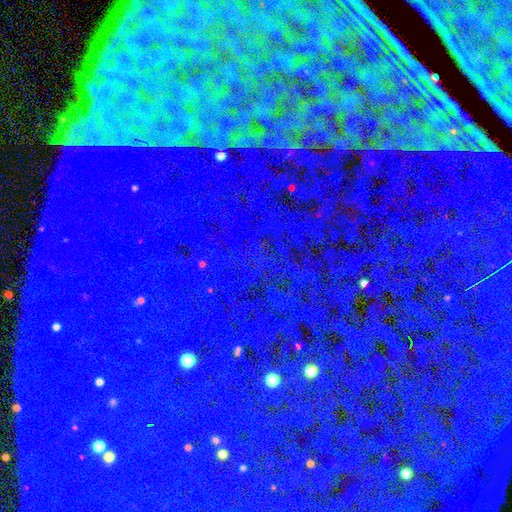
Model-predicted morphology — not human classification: smooth-or-featured: star or artifact: 87% | smooth: 7% | featured or disk: 6%